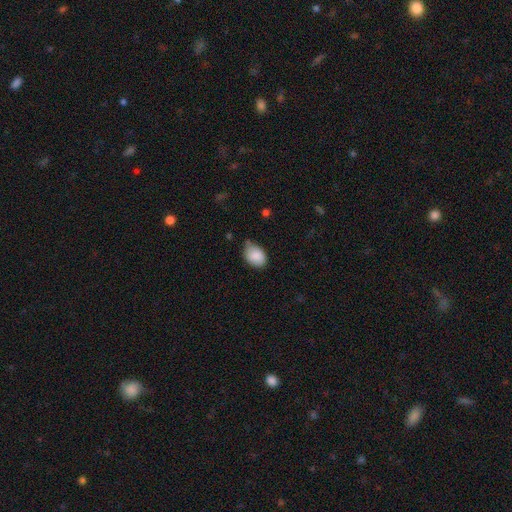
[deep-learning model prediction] Q: Smooth or featured?
A: smooth (86%); runner-up: star or artifact (7%)
Q: How rounded?
A: in between (78%); runner-up: round (21%)
Q: Merging?
A: none (59%); runner-up: minor disturbance (33%)